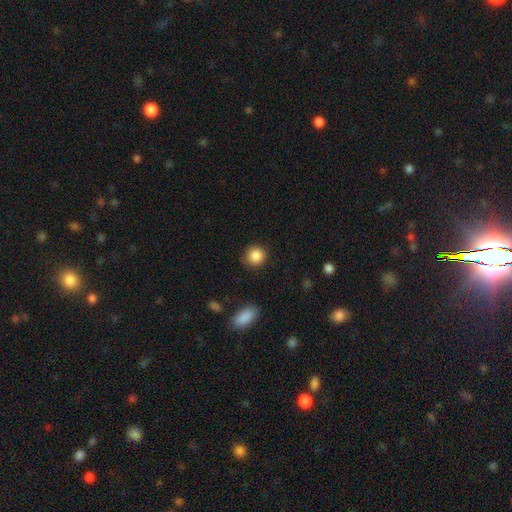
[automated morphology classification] A smooth galaxy with no disk features (87%) that is round (90%). Merging: none (86%).